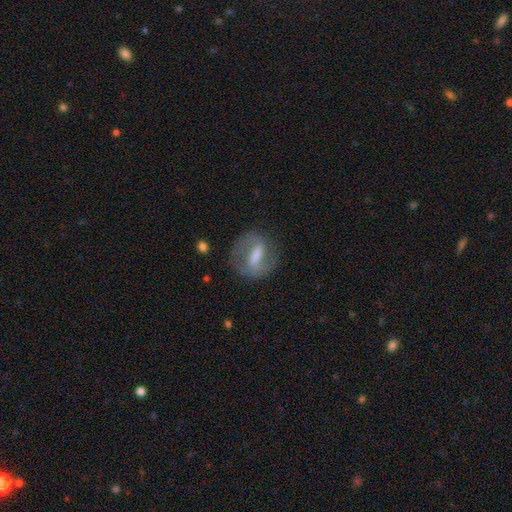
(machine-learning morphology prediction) The model was most divided on "bar": strong: 51%, weak: 37%, no: 12%. Remaining: edge-on disk — no (94%); spiral arms — yes (78%); merging — none (73%); smooth or featured — featured or disk (67%); bulge size — moderate (39%).